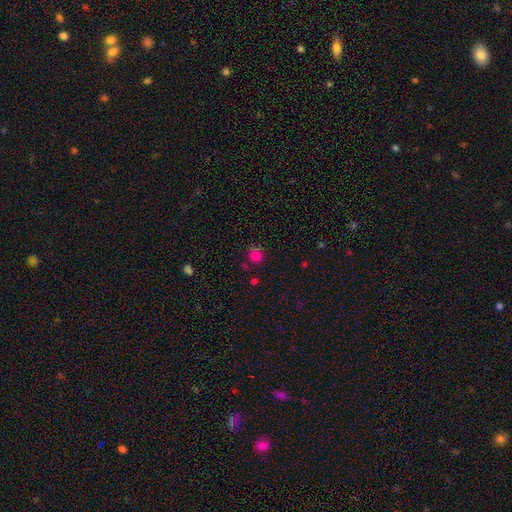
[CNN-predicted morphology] The model was most divided on "smooth or featured": smooth: 76%, star or artifact: 17%, featured or disk: 6%. More confident: how rounded — round (90%); merging — none (75%).